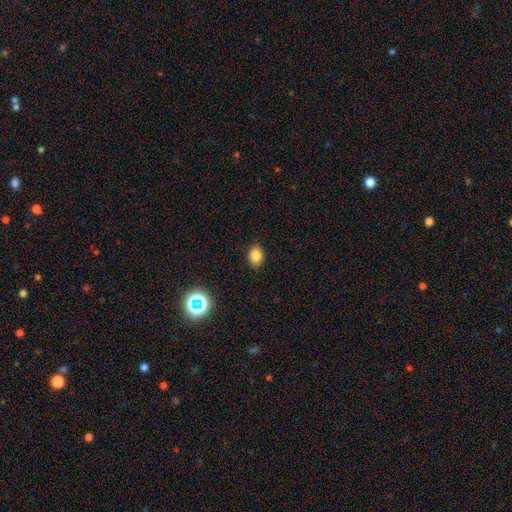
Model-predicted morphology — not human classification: A smooth galaxy with no disk features (81%) that is in between round and cigar-shaped (65%).

Vote fractions:
- Smooth or featured? smooth: 81% / star or artifact: 13% / featured or disk: 6%
- How rounded? in between: 65% / round: 34% / cigar-shaped: 1%
- Merging? none: 87% / minor disturbance: 10% / major disturbance: 2% / merger: 1%